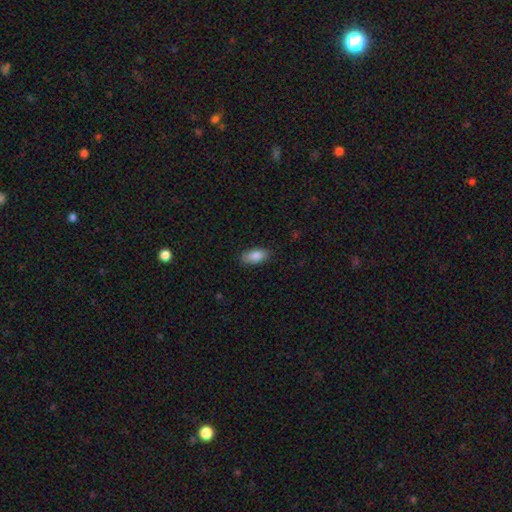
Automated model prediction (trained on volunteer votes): This is clearly a smooth galaxy (87%). How rounded: clearly in between (91%). Merging: clearly none (84%).